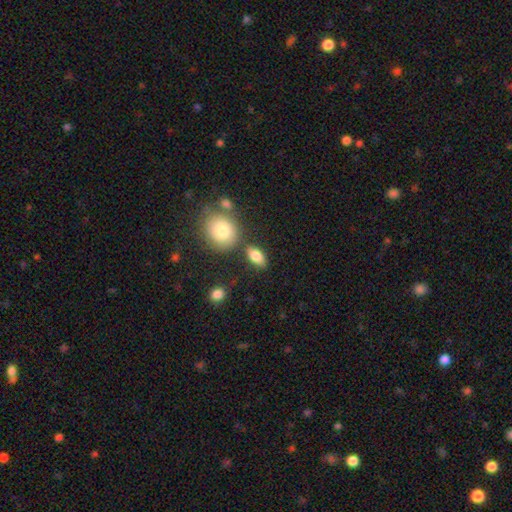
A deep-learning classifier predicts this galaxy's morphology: Smooth or featured?
  - smooth: 81% *
  - featured or disk: 10%
  - star or artifact: 8%
How rounded?
  - in between: 83% *
  - round: 10%
  - cigar-shaped: 7%
Merging?
  - none: 74% *
  - minor disturbance: 13%
  - merger: 9%
  - major disturbance: 4%